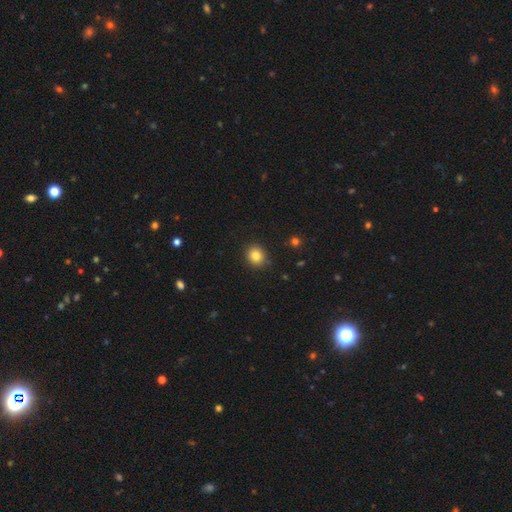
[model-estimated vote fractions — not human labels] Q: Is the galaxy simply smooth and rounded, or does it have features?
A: smooth — 84%.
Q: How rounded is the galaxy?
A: round — 80%.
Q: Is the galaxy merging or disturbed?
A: none — 90%.